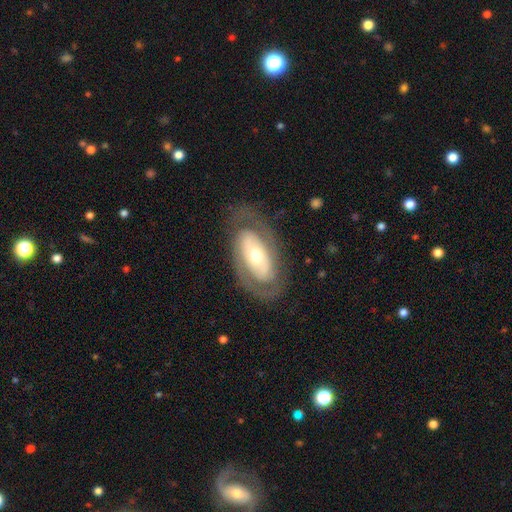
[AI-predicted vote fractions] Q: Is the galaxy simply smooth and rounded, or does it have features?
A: featured or disk — 75%.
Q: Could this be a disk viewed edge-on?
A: no — 92%.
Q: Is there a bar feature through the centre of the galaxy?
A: no — 65%.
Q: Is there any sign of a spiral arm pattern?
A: yes — 64%.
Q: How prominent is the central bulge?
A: moderate — 59%.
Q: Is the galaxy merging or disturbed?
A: none — 79%.